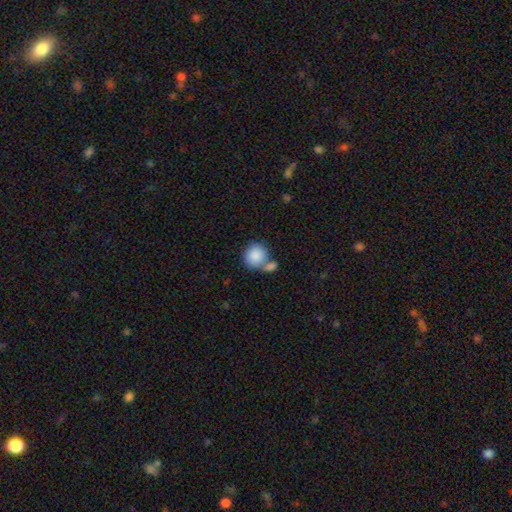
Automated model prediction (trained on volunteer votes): smooth_or_featured: smooth (p=0.87) [alt: star or artifact p=0.07]
how_rounded: round (p=0.84) [alt: in between p=0.15]
merging: none (p=0.48) [alt: merger p=0.36]